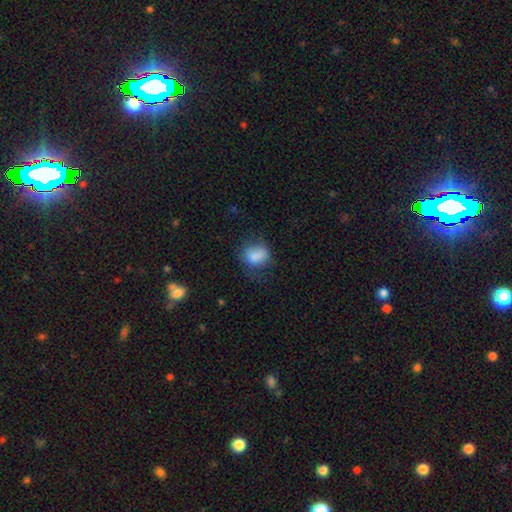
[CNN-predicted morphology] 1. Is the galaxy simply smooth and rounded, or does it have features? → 81% smooth, 10% featured or disk, 9% star or artifact.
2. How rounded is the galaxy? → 56% in between, 43% round, 2% cigar-shaped.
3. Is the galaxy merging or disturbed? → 53% none, 27% minor disturbance, 18% major disturbance, 2% merger.